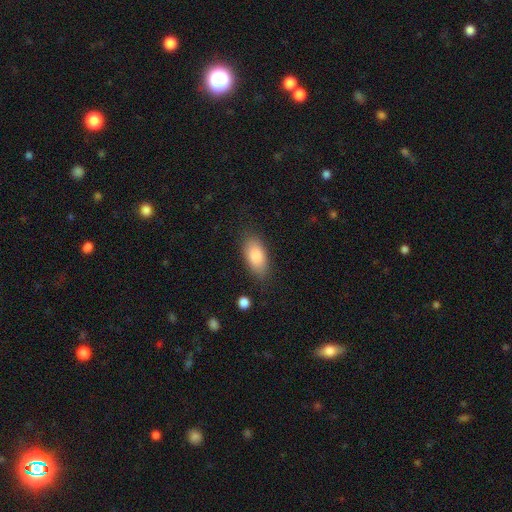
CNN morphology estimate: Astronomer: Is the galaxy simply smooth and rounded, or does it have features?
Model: smooth — 85%.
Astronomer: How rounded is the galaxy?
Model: in between — 89%.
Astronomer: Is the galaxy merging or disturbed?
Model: none — 82%.